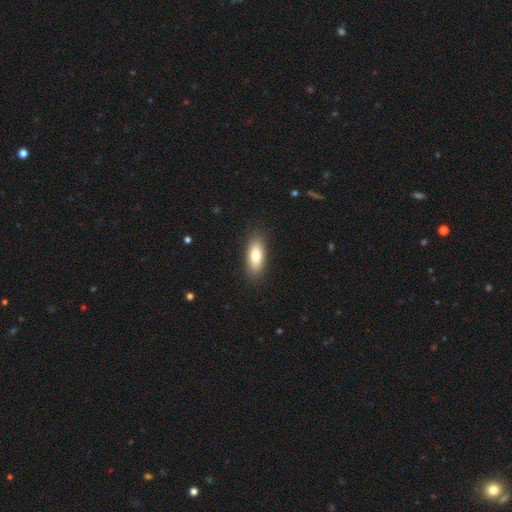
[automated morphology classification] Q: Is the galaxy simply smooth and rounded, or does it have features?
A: smooth — 76%.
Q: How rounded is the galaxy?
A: in between — 79%.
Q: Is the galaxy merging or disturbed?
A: none — 88%.